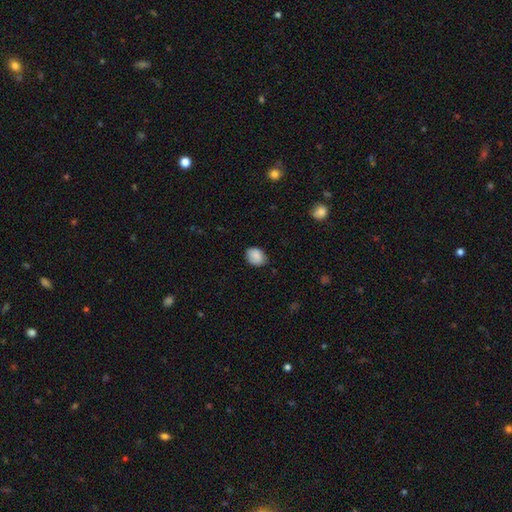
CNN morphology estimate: type=smooth (87%); roundness=in between (61%); merging=none (76%).